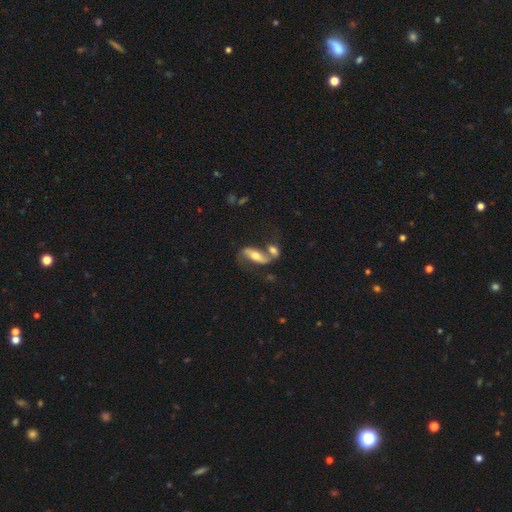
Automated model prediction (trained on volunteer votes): Smooth or featured? featured or disk (63%)
Edge-on disk? no (82%)
Bar? no (43%)
Spiral arms? yes (81%)
Bulge size? moderate (60%)
Merging? merger (42%)